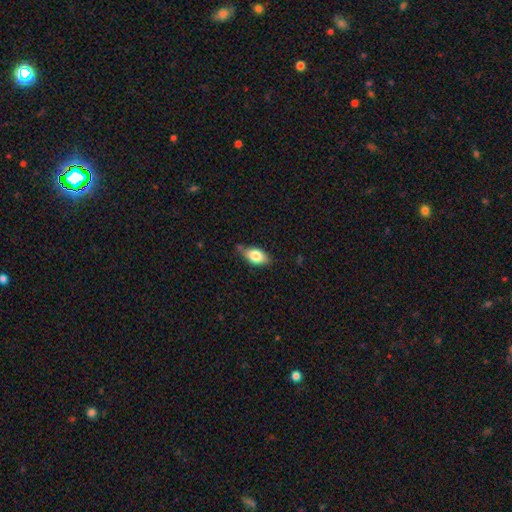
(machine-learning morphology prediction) A smooth galaxy with no disk features (80%) that is in between round and cigar-shaped (90%). Merging: none (61%).